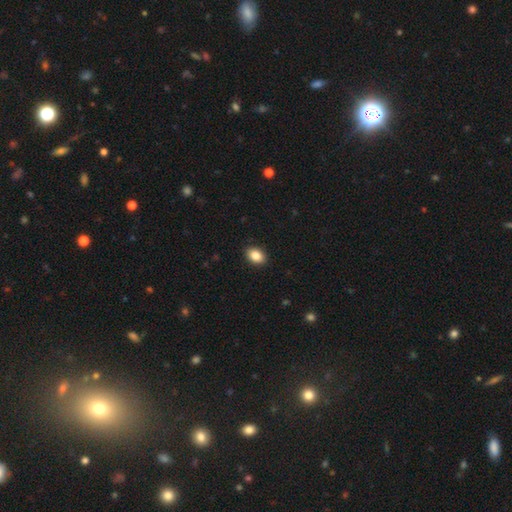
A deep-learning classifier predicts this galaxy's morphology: smooth-or-featured: smooth: 87% | star or artifact: 8% | featured or disk: 5%
  how-rounded: in between: 77% | round: 22% | cigar-shaped: 1%
  merging: none: 90% | minor disturbance: 7% | major disturbance: 2% | merger: 1%